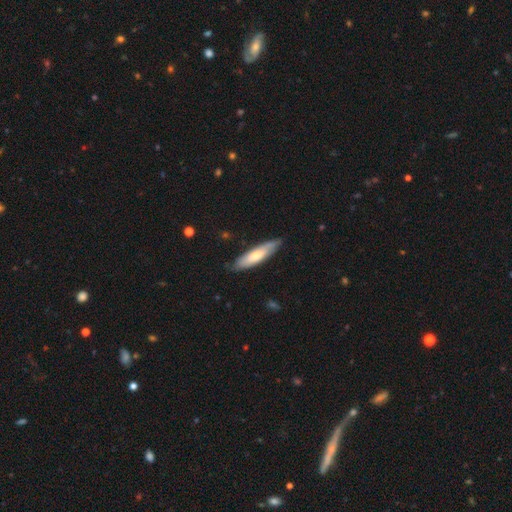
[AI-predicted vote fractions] smooth-or-featured: smooth: 66% | featured or disk: 29% | star or artifact: 5%
  how-rounded: cigar-shaped: 69% | in between: 30% | round: 1%
  merging: none: 80% | minor disturbance: 17% | major disturbance: 2% | merger: 1%